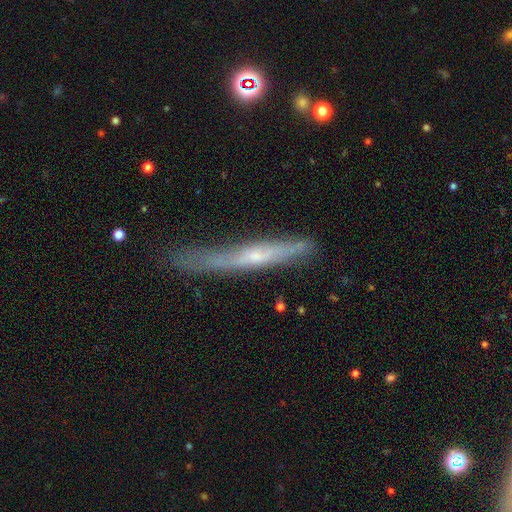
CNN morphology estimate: A featured or disk galaxy (61%) viewed edge-on (87%) with a rounded central bulge (49%).

Vote fractions:
- Smooth or featured? featured or disk: 61% / smooth: 31% / star or artifact: 8%
- Edge-on disk? yes: 87% / no: 13%
- Edge-on bulge? rounded: 49% / none: 45% / boxy: 6%
- Merging? none: 60% / minor disturbance: 28% / major disturbance: 9% / merger: 3%